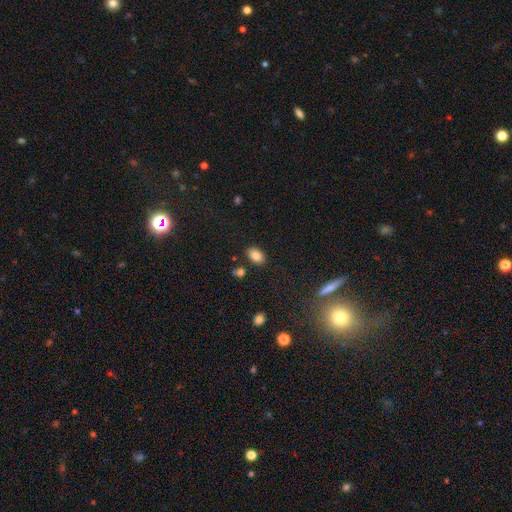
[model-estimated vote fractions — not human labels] smooth_or_featured: smooth (p=0.85) [alt: star or artifact p=0.09]
how_rounded: in between (p=0.89) [alt: round p=0.09]
merging: none (p=0.83) [alt: minor disturbance p=0.10]